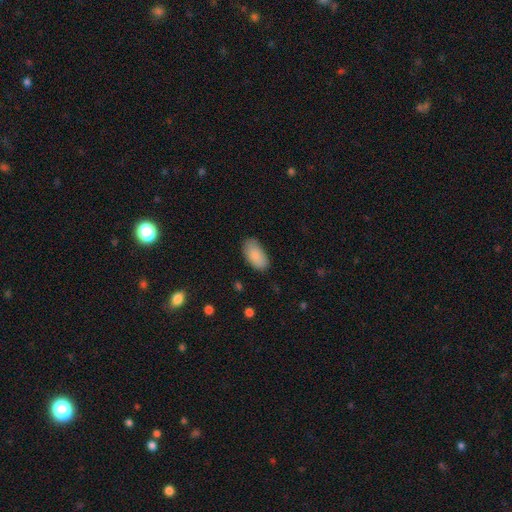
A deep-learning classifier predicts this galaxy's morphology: Smooth or featured?
  - smooth: 89% *
  - star or artifact: 6%
  - featured or disk: 5%
How rounded?
  - in between: 95% *
  - round: 3%
  - cigar-shaped: 3%
Merging?
  - none: 81% *
  - minor disturbance: 15%
  - major disturbance: 3%
  - merger: 1%